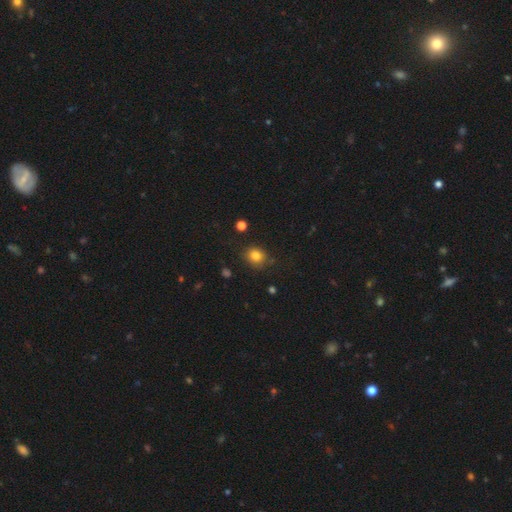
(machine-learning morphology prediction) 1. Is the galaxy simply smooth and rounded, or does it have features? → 82% smooth, 12% star or artifact, 6% featured or disk.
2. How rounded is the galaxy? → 71% round, 28% in between, 1% cigar-shaped.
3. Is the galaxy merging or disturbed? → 82% none, 12% minor disturbance, 3% major disturbance, 3% merger.